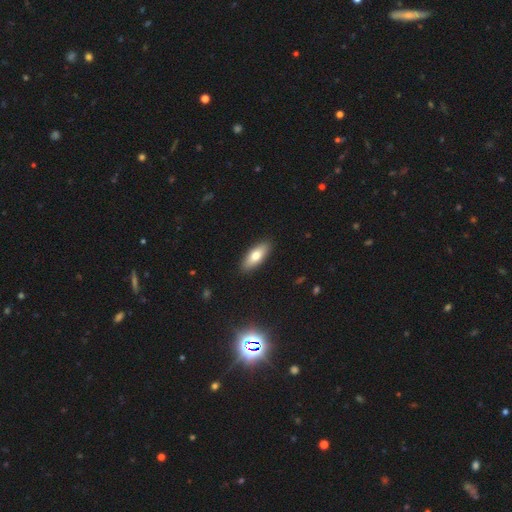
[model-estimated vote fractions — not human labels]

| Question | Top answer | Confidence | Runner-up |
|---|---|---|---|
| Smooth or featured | smooth | 72% | featured or disk (21%) |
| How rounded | in between | 73% | cigar-shaped (24%) |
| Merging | none | 89% | minor disturbance (8%) |